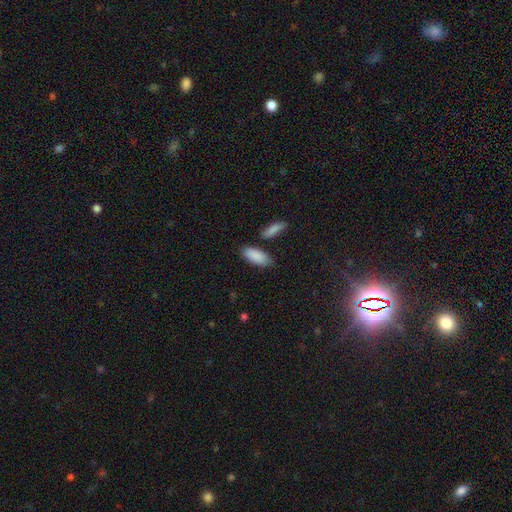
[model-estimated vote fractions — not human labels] The model was most divided on "merging": none: 76%, minor disturbance: 14%, merger: 7%, major disturbance: 3%. More confident: smooth or featured — smooth (89%); how rounded — in between (85%).